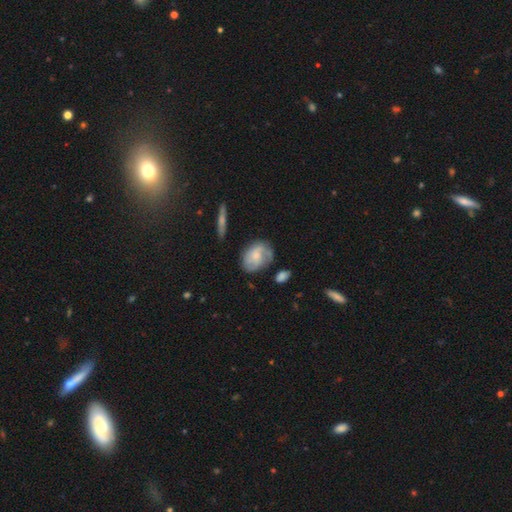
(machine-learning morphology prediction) Q: Smooth or featured?
A: smooth (49%); runner-up: featured or disk (45%)
Q: Merging?
A: none (58%); runner-up: minor disturbance (27%)